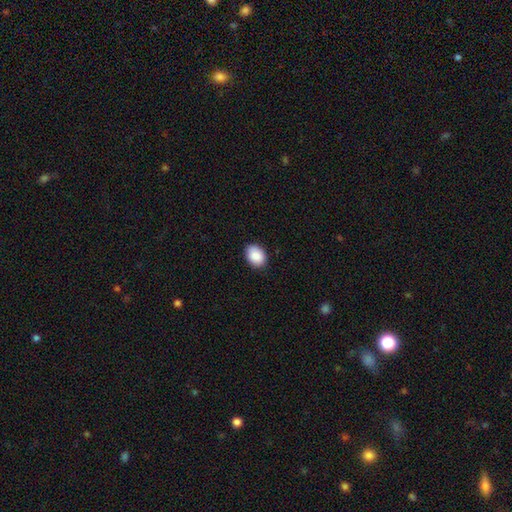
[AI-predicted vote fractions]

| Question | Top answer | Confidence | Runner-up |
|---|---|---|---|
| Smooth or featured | smooth | 89% | star or artifact (7%) |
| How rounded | in between | 70% | round (29%) |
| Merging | none | 88% | minor disturbance (9%) |